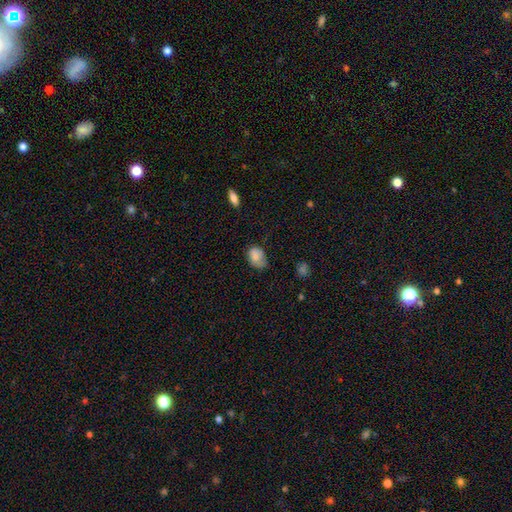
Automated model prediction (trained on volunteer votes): Q: Smooth or featured?
A: smooth (80%); runner-up: featured or disk (12%)
Q: How rounded?
A: in between (76%); runner-up: round (22%)
Q: Merging?
A: none (53%); runner-up: minor disturbance (34%)